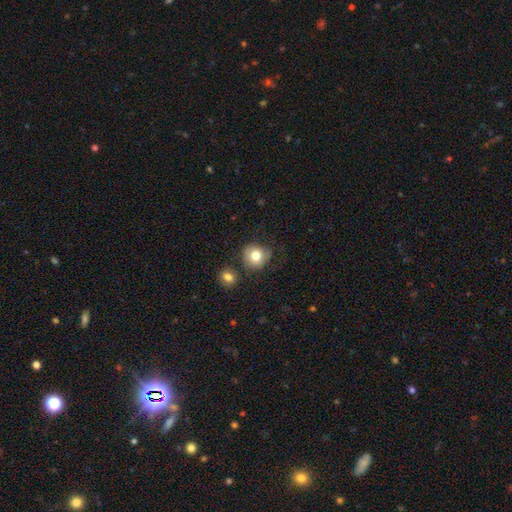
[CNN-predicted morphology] This is likely a smooth galaxy (79%). How rounded: clearly round (85%). Merging: likely none (68%).